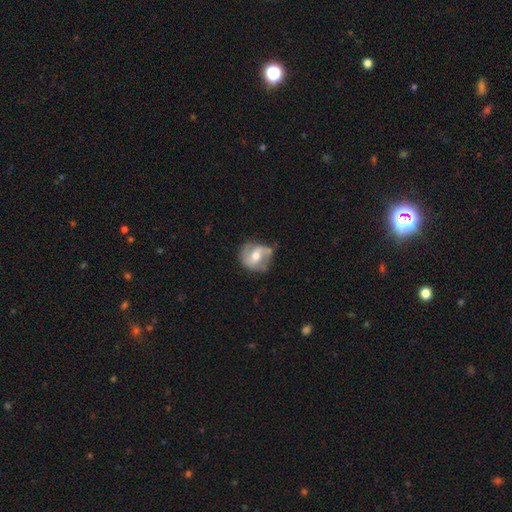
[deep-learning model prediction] Smooth or featured: featured or disk — 65% (smooth — 28%)
Edge-on disk: no — 97% (yes — 3%)
Bar: weak — 47% (no — 32%)
Spiral arms: yes — 81% (no — 19%)
Spiral winding: medium — 44% (loose — 34%)
Spiral arm count: 2 — 78% (can't tell — 10%)
Bulge size: moderate — 68% (small — 22%)
Merging: none — 55% (minor disturbance — 28%)